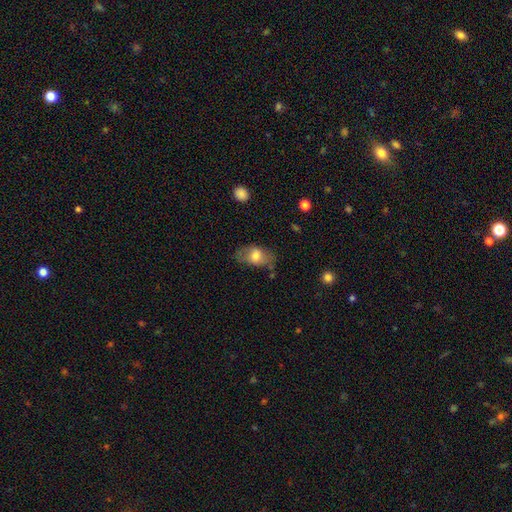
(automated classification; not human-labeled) Smooth or featured: smooth — 68% (featured or disk — 25%)
How rounded: in between — 86% (round — 11%)
Merging: none — 66% (minor disturbance — 22%)